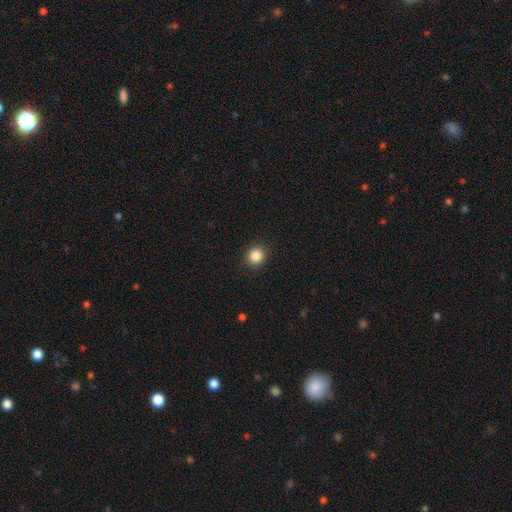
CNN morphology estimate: This appears to be a smooth galaxy with no disk features (86%) that is round (90%). Merging: none (92%).